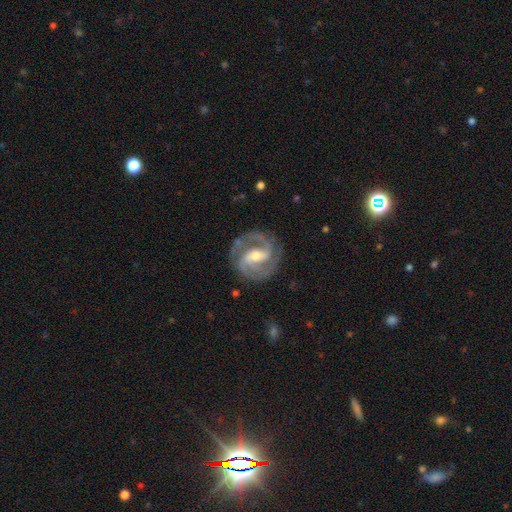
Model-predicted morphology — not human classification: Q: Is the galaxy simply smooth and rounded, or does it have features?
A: featured or disk — 91%.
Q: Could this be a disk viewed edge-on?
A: no — 98%.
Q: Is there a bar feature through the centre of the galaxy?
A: weak — 42%.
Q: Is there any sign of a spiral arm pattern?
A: yes — 98%.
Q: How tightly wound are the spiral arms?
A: medium — 52%.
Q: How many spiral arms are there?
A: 2 — 81%.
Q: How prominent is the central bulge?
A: moderate — 55%.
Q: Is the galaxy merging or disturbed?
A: none — 82%.